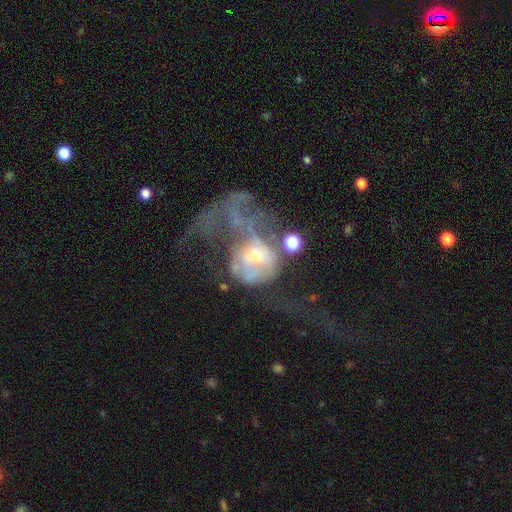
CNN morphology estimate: A featured or disk galaxy (59%) with no bar (76%), no spiral arms (68%) and a moderate central bulge (47%). Merging: major disturbance (54%).